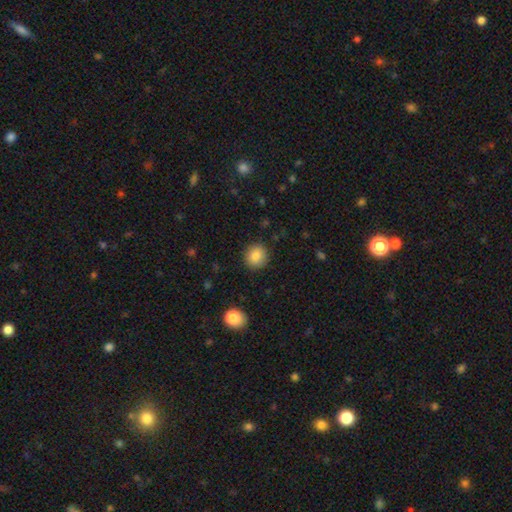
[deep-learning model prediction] Overall: smooth (85%). How rounded: round (88%). Merging: none (90%).